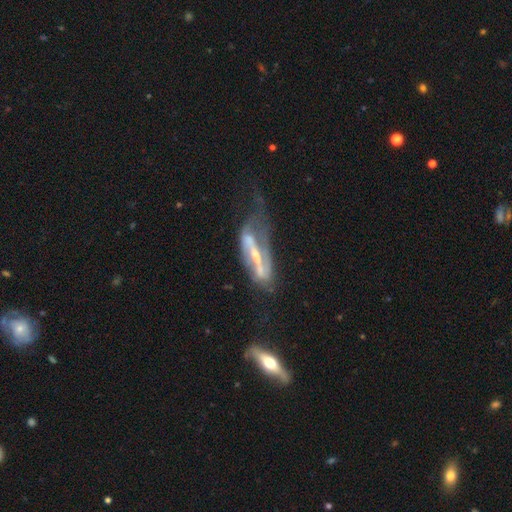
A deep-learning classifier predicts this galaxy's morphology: Smooth or featured: featured or disk — 77% (smooth — 15%)
Edge-on disk: no — 69% (yes — 31%)
Bar: strong — 54% (no — 24%)
Spiral arms: yes — 62% (no — 38%)
Bulge size: small — 51% (moderate — 35%)
Merging: major disturbance — 42% (none — 25%)